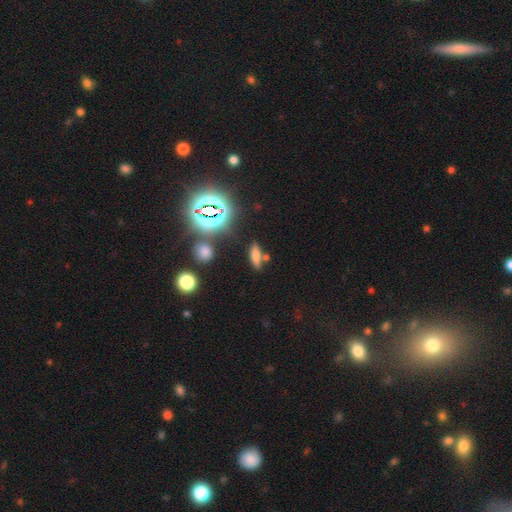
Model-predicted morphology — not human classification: This appears to be a smooth galaxy with no disk features (63%) that is cigar-shaped (48%). Merging: none (73%).